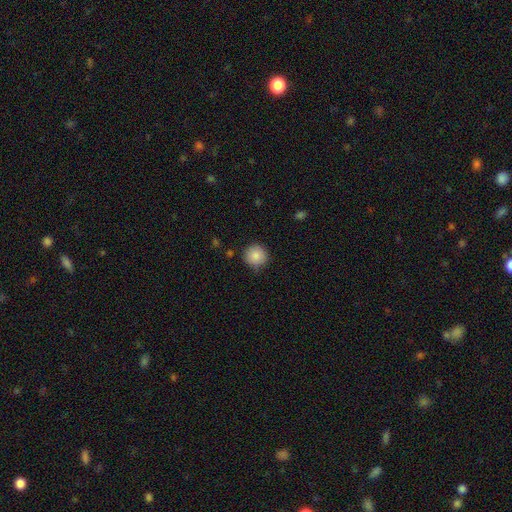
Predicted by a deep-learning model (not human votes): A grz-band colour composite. It shows a smooth galaxy with no disk features (87%) that is round (94%). Merging: none (84%).